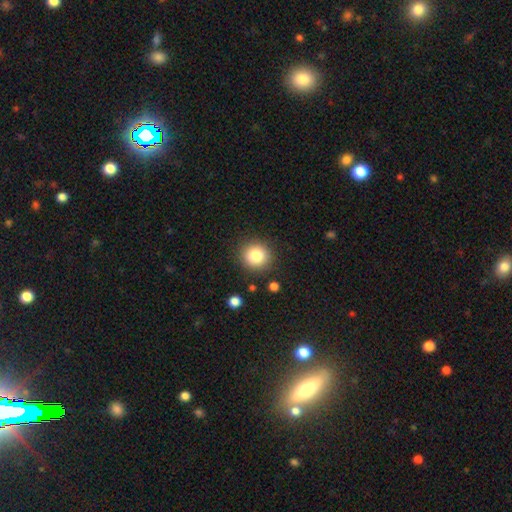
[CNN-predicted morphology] Smooth or featured?
  - smooth: 83% *
  - star or artifact: 11%
  - featured or disk: 7%
How rounded?
  - round: 89% *
  - in between: 10%
  - cigar-shaped: 1%
Merging?
  - none: 88% *
  - minor disturbance: 8%
  - major disturbance: 3%
  - merger: 2%